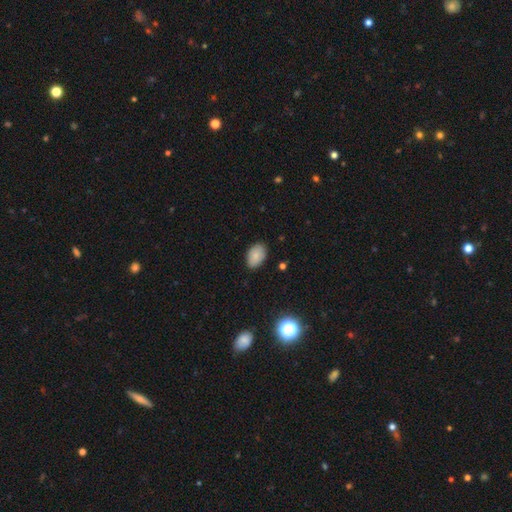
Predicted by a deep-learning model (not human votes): A smooth galaxy with no disk features (83%) that is in between round and cigar-shaped (89%). Merging: none (84%).